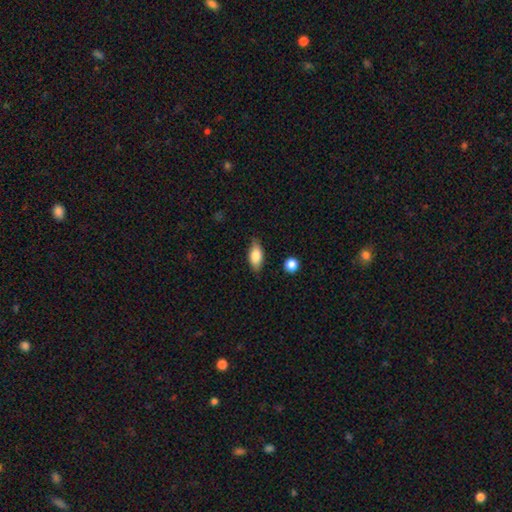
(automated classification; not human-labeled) Overall: smooth (78%). How rounded: in between (84%). Merging: none (80%).